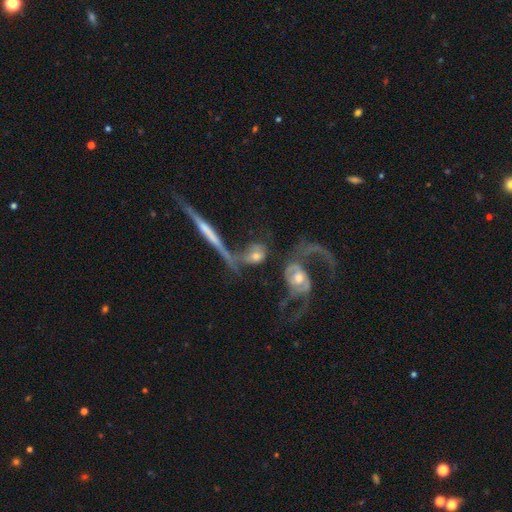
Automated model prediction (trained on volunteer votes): Smooth or featured?
  - featured or disk: 51% *
  - smooth: 39%
  - star or artifact: 9%
Edge-on disk?
  - no: 74% *
  - yes: 26%
Merging?
  - merger: 40% *
  - none: 25%
  - major disturbance: 22%
  - minor disturbance: 13%